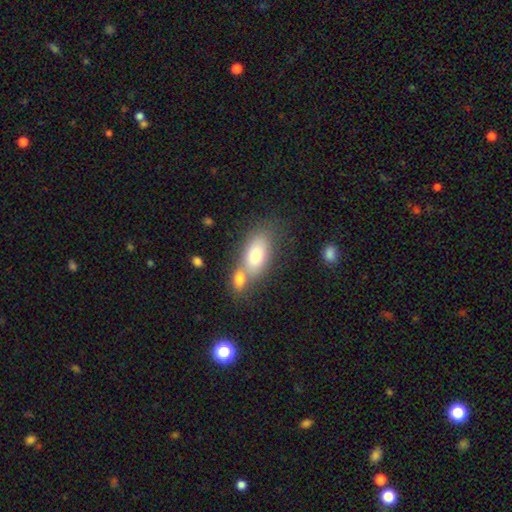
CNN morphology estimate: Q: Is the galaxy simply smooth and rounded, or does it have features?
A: smooth — 74%.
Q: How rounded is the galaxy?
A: in between — 87%.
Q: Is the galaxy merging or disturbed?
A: merger — 44%.